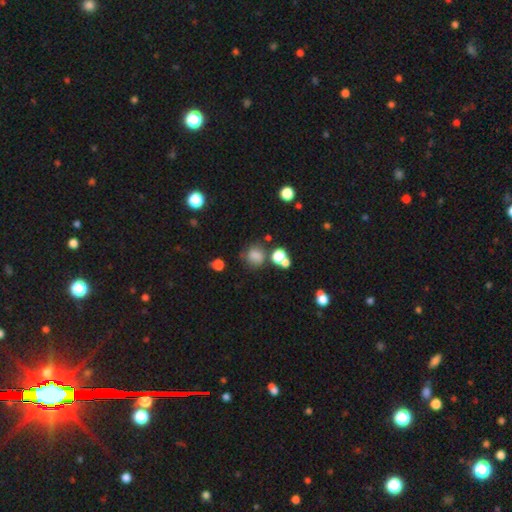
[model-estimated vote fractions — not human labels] The model was most divided on "merging": none: 63%, minor disturbance: 17%, merger: 13%, major disturbance: 8%. More confident: how rounded — round (77%); smooth or featured — smooth (75%).